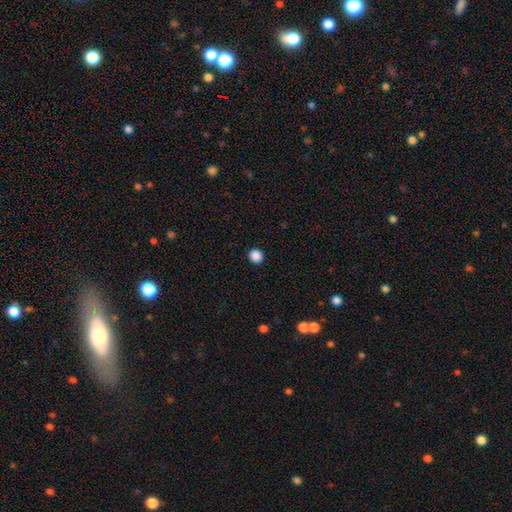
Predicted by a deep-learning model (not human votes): Smooth or featured: smooth — 88% (star or artifact — 9%)
How rounded: round — 79% (in between — 20%)
Merging: none — 92% (minor disturbance — 5%)